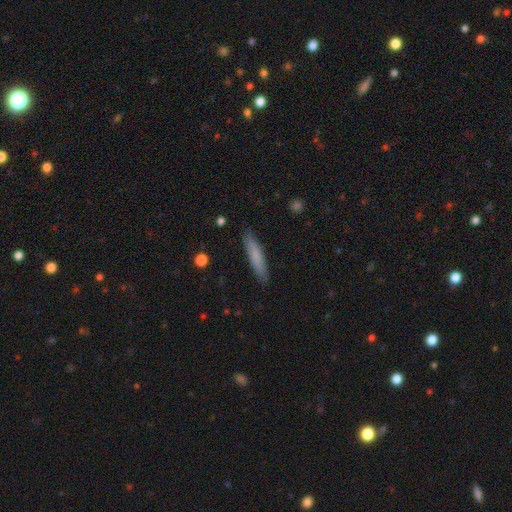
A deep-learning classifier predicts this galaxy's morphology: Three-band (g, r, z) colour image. It shows a smooth galaxy with no disk features (77%) that is cigar-shaped (90%). Merging: none (88%).